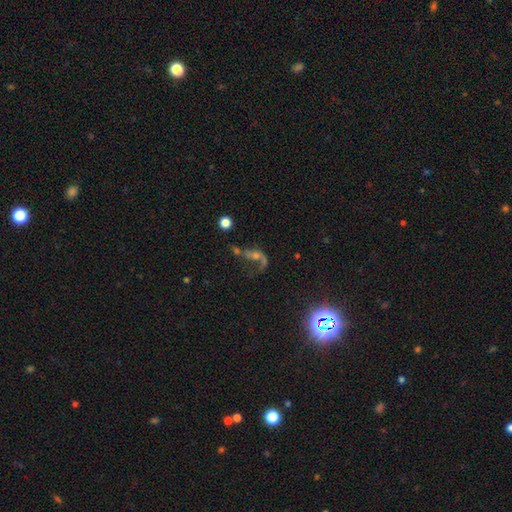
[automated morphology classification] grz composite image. It shows a featured or disk galaxy (62%) with no bar (62%), spiral arms (78%) and a small central bulge (43%). Merging: none (37%).